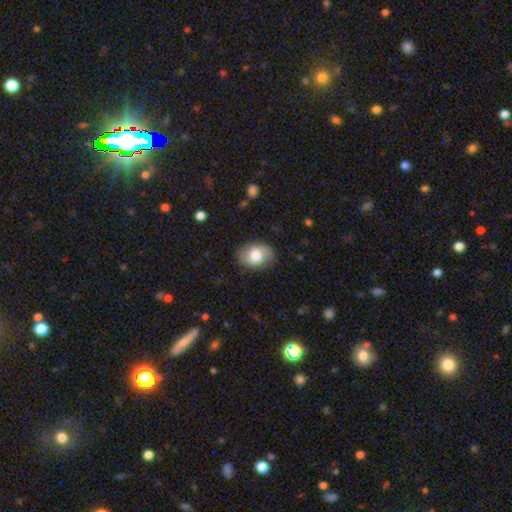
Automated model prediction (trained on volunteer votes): This appears to be a smooth galaxy with no disk features (62%) that is in between round and cigar-shaped (70%). Merging: none (78%).